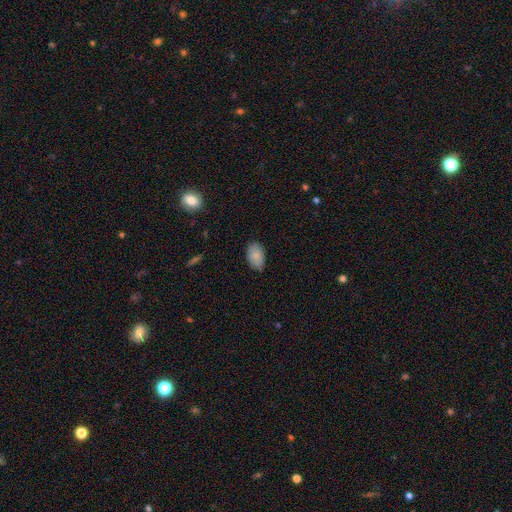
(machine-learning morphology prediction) Overall: smooth (85%). How rounded: in between (91%). Merging: none (80%).